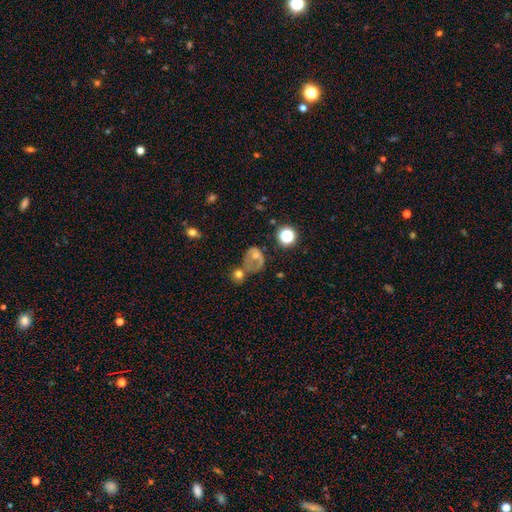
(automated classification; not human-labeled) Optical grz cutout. It shows a smooth galaxy with no disk features (47%). Merging: major disturbance (29%).